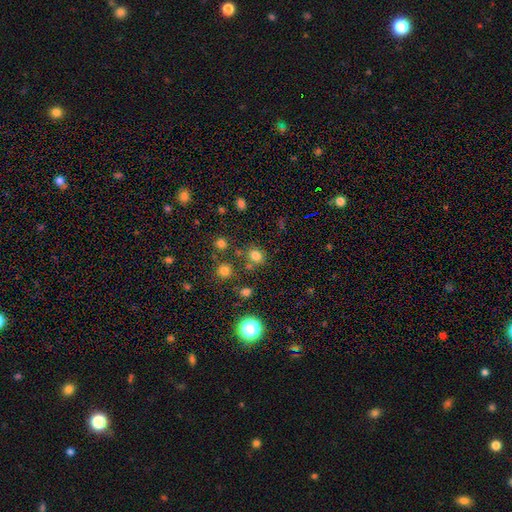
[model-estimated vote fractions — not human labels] A smooth galaxy with no disk features (76%) that is round (64%).

Vote fractions:
- Smooth or featured? smooth: 76% / star or artifact: 18% / featured or disk: 6%
- How rounded? round: 64% / in between: 35% / cigar-shaped: 1%
- Merging? none: 73% / minor disturbance: 12% / merger: 10% / major disturbance: 5%